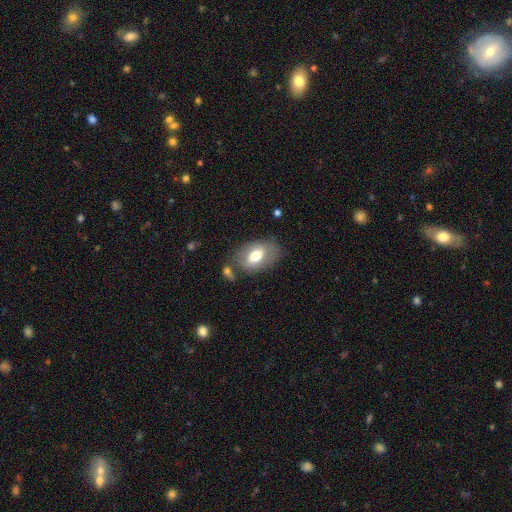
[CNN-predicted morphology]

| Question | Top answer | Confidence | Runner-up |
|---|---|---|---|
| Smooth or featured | smooth | 63% | featured or disk (30%) |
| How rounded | in between | 86% | round (13%) |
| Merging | none | 65% | minor disturbance (18%) |